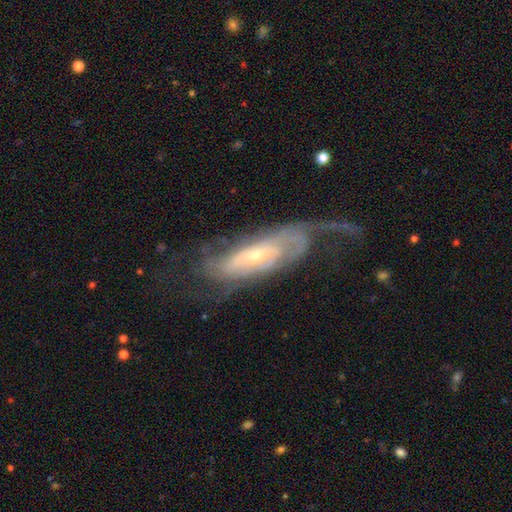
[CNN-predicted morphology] smooth_or_featured: featured or disk (p=0.82) [alt: smooth p=0.12]
disk_edge_on: no (p=0.86) [alt: yes p=0.14]
bar: no (p=0.59) [alt: weak p=0.29]
has_spiral_arms: yes (p=0.91) [alt: no p=0.09]
spiral_winding: tight (p=0.44) [alt: medium p=0.35]
spiral_arm_count: can't tell (p=0.38) [alt: 2 p=0.35]
bulge_size: small (p=0.67) [alt: moderate p=0.28]
merging: none (p=0.45) [alt: major disturbance p=0.33]